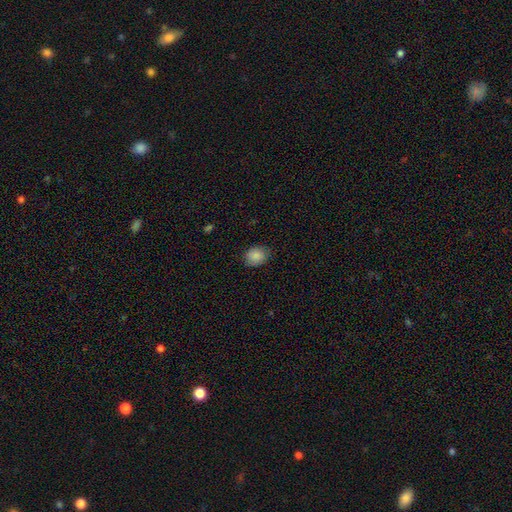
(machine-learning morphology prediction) Q: Smooth or featured?
A: smooth (87%); runner-up: star or artifact (8%)
Q: How rounded?
A: round (56%); runner-up: in between (43%)
Q: Merging?
A: none (80%); runner-up: minor disturbance (16%)